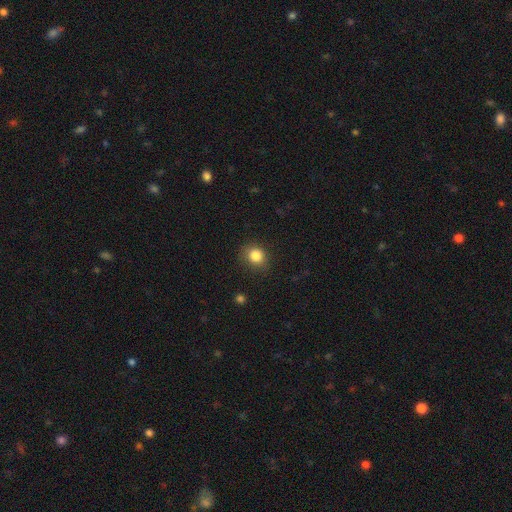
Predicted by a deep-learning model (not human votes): smooth-or-featured: smooth: 84% | star or artifact: 11% | featured or disk: 5%
  how-rounded: round: 73% | in between: 26% | cigar-shaped: 1%
  merging: none: 81% | minor disturbance: 14% | major disturbance: 4% | merger: 1%